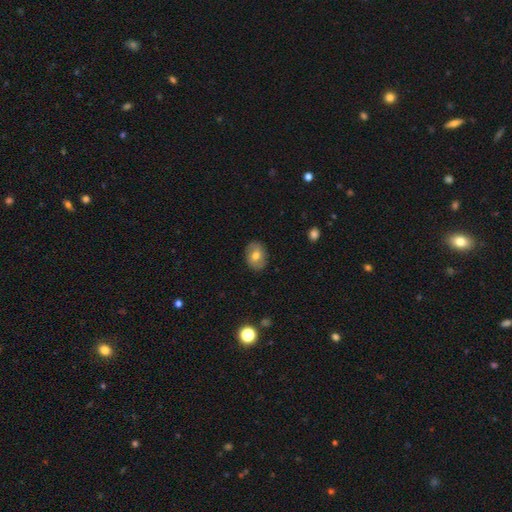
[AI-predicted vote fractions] smooth-or-featured: smooth: 67% | featured or disk: 24% | star or artifact: 9%
  how-rounded: in between: 57% | round: 42% | cigar-shaped: 1%
  merging: none: 85% | minor disturbance: 12% | major disturbance: 3% | merger: 1%